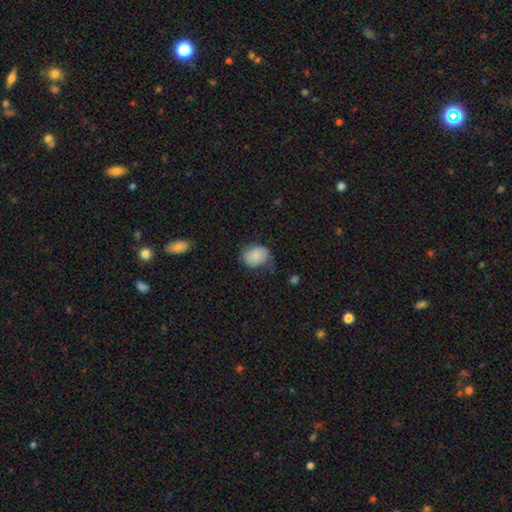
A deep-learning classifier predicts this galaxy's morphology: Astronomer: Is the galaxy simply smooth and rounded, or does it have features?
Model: smooth — 81%.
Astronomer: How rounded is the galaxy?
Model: in between — 53% (runner-up: round, 46%).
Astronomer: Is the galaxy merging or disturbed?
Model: none — 54% (runner-up: minor disturbance, 32%).